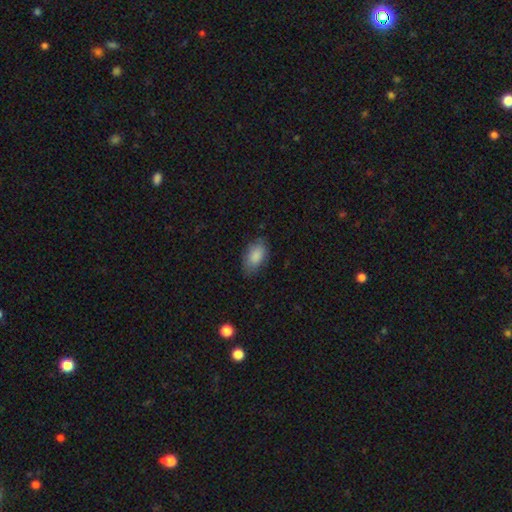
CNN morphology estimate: This is clearly a smooth galaxy (87%). How rounded: clearly in between (93%). Merging: likely none (77%).